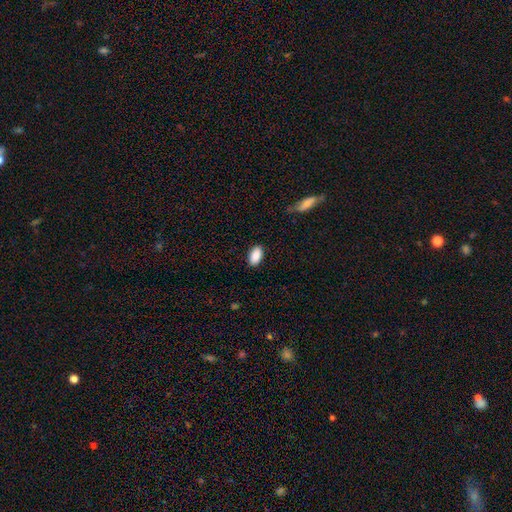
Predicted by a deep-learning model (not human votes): A smooth galaxy with no disk features (89%) that is in between round and cigar-shaped (94%). Merging: none (87%).